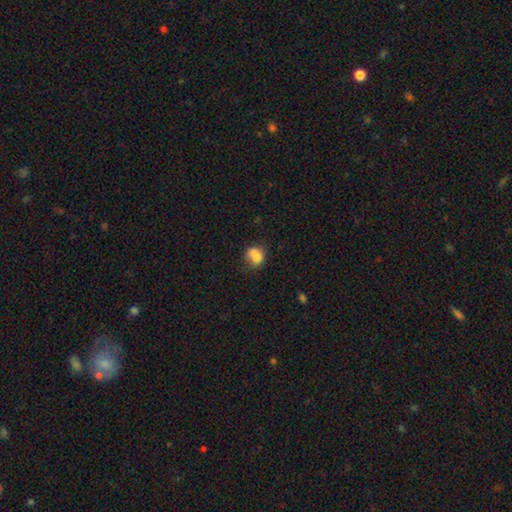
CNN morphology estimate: type=smooth (74%); roundness=round (55%); merging=merger (38%).